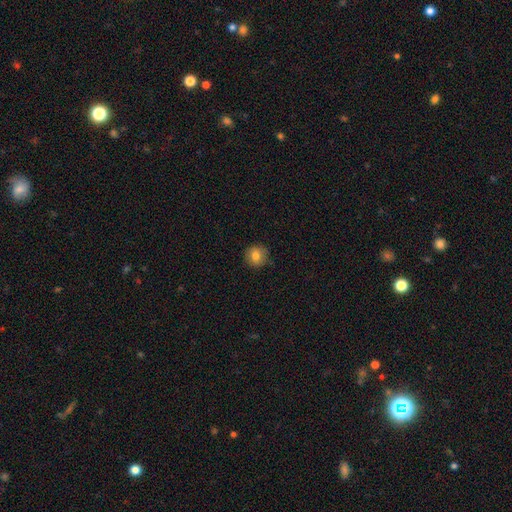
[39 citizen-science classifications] Overall: smooth (82%). How rounded: round (97%). Merging: none (83%).